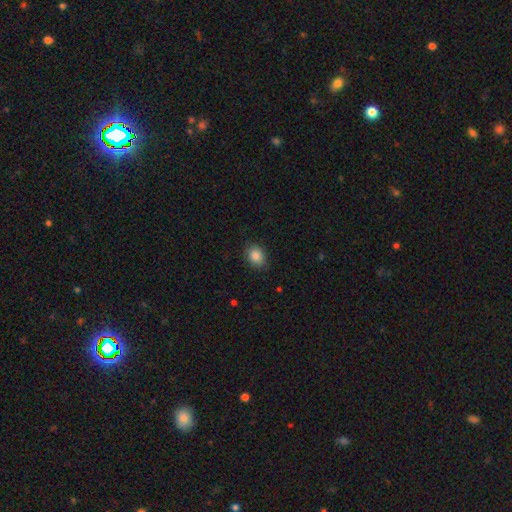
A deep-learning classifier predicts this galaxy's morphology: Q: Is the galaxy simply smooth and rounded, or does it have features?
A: smooth — 85%.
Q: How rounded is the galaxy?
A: in between — 53%.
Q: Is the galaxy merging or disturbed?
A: none — 86%.